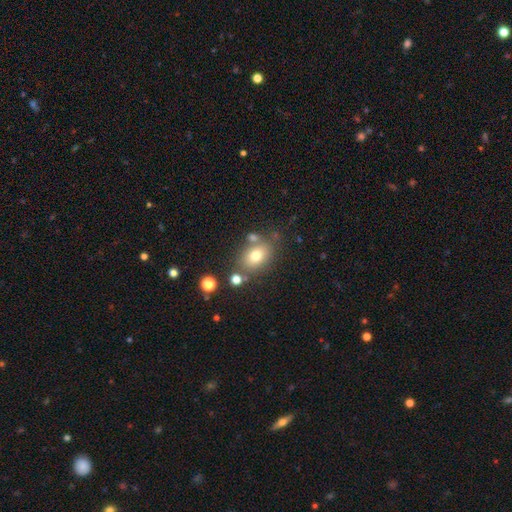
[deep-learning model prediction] smooth 75%, featured or disk 14%, star or artifact 12%. Down the decision tree: how rounded — in between (73%); merging — none (68%).